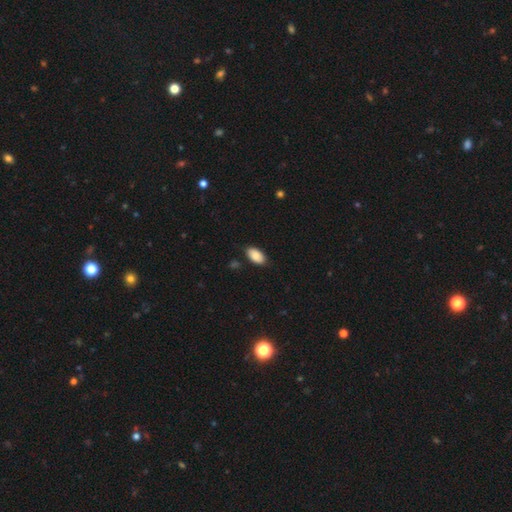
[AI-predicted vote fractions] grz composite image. It shows a smooth galaxy with no disk features (88%) that is in between round and cigar-shaped (95%). Merging: none (85%).